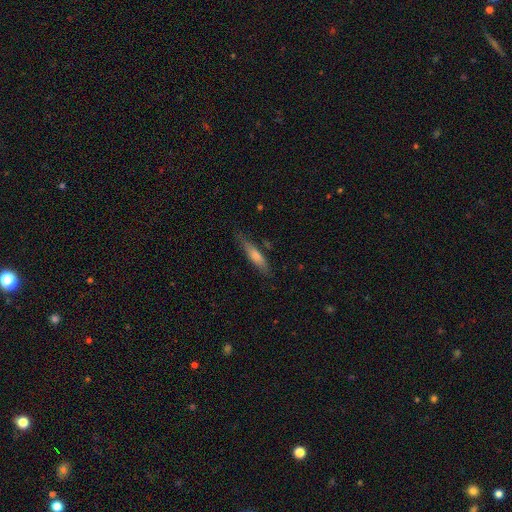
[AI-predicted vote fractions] A smooth galaxy with no disk features (70%) that is cigar-shaped (78%).

Vote fractions:
- Smooth or featured? smooth: 70% / featured or disk: 23% / star or artifact: 6%
- How rounded? cigar-shaped: 78% / in between: 20% / round: 2%
- Merging? none: 73% / minor disturbance: 20% / major disturbance: 5% / merger: 3%